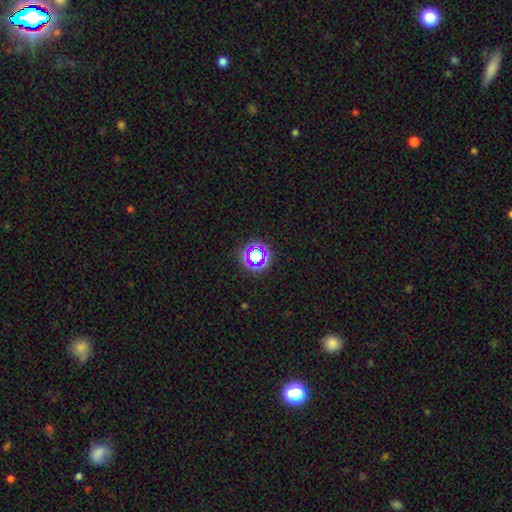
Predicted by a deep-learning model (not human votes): Smooth or featured? Predicted: star or artifact (p=0.58).